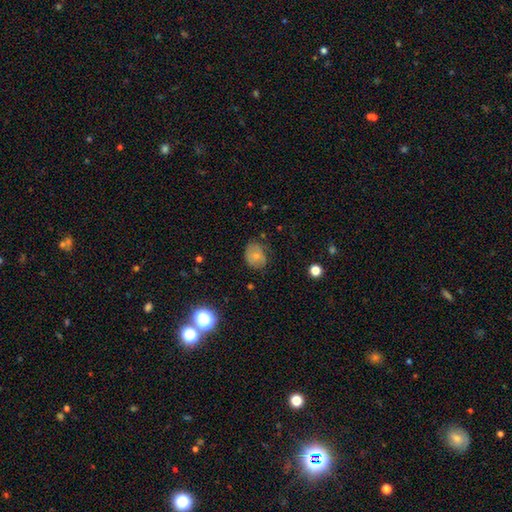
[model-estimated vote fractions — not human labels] Overall: smooth (65%). How rounded: in between (51%; round 48%). Merging: none (58%; minor disturbance 30%).